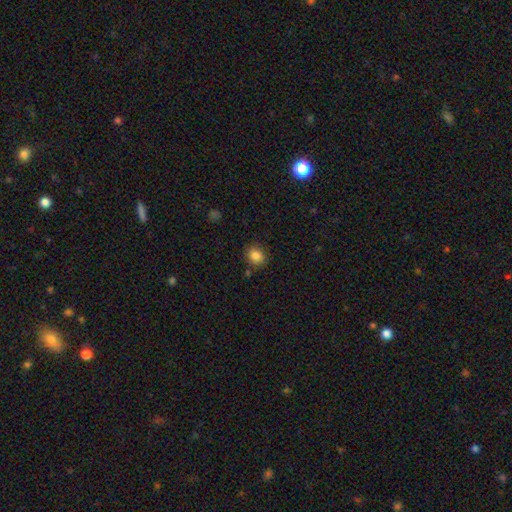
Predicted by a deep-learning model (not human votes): Smooth or featured? smooth (84%)
How rounded? round (73%)
Merging? none (84%)